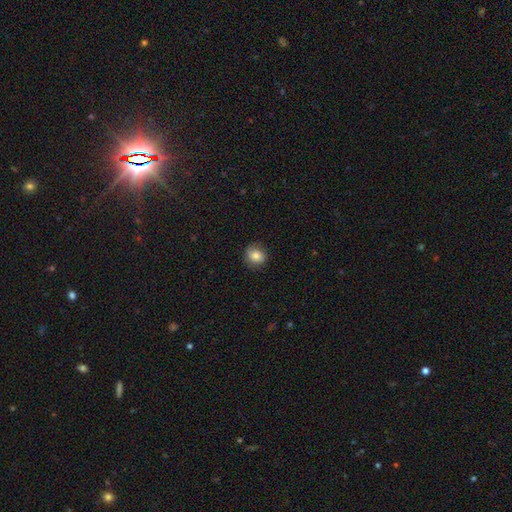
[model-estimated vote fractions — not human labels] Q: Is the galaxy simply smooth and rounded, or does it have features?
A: smooth — 82%.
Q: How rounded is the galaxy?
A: round — 75%.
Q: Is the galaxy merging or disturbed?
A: none — 83%.